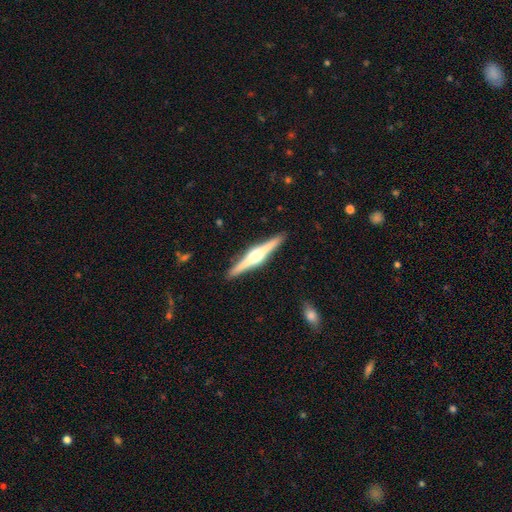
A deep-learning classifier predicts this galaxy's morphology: This appears to be a featured or disk galaxy (81%) viewed edge-on (98%) with a rounded central bulge (93%). Merging: none (92%).